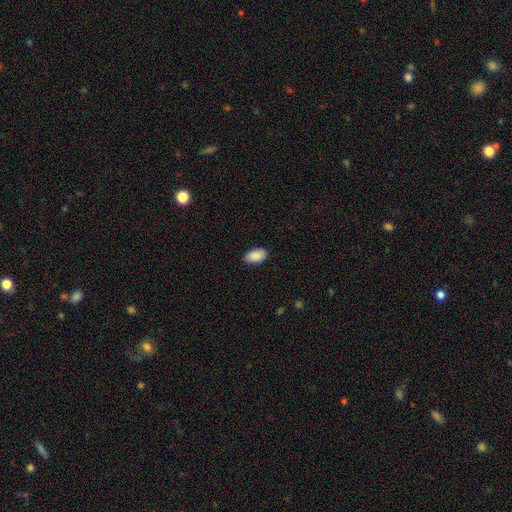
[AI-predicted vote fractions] Q: Smooth or featured?
A: smooth (90%); runner-up: star or artifact (6%)
Q: How rounded?
A: in between (94%); runner-up: round (4%)
Q: Merging?
A: none (87%); runner-up: minor disturbance (10%)